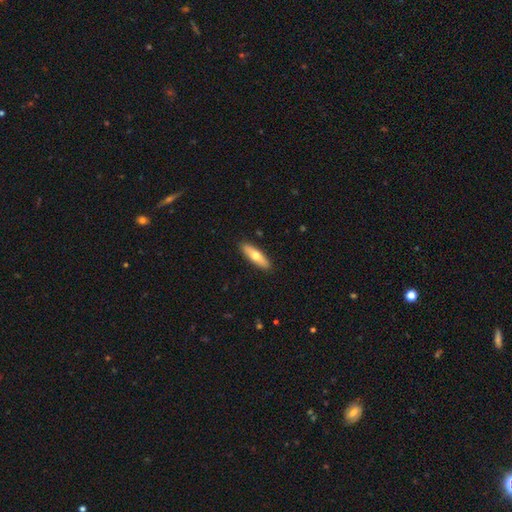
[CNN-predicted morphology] This is likely a smooth galaxy (61%). How rounded: possibly cigar-shaped (57%). Merging: clearly none (90%).